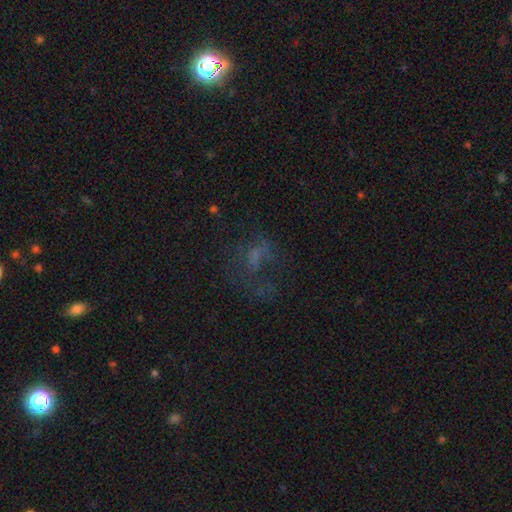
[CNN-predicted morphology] Smooth or featured?
  - featured or disk: 37% *
  - smooth: 34%
  - star or artifact: 29%
Merging?
  - major disturbance: 40% * (tied)
  - none: 40% * (tied)
  - minor disturbance: 16%
  - merger: 5%